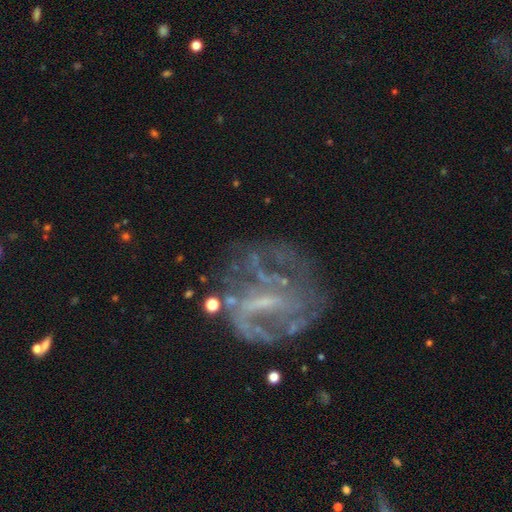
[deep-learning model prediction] A featured or disk galaxy (73%) with a weak bar (42%), no spiral arms (51%) and no central bulge (45%).

Vote fractions:
- Smooth or featured? featured or disk: 73% / star or artifact: 14% / smooth: 13%
- Edge-on disk? no: 97% / yes: 3%
- Bar? weak: 42% / no: 35% / strong: 23%
- Spiral arms? no: 51% / yes: 49%
- Bulge size? none: 45% / small: 33% / moderate: 19% / large: 2% / dominant: 1%
- Merging? none: 47% / major disturbance: 30% / minor disturbance: 18% / merger: 5%